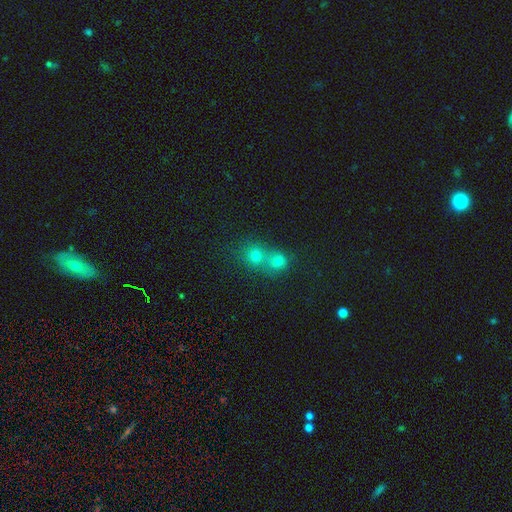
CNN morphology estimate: Smooth or featured? smooth (65%)
How rounded? round (84%)
Merging? merger (56%)